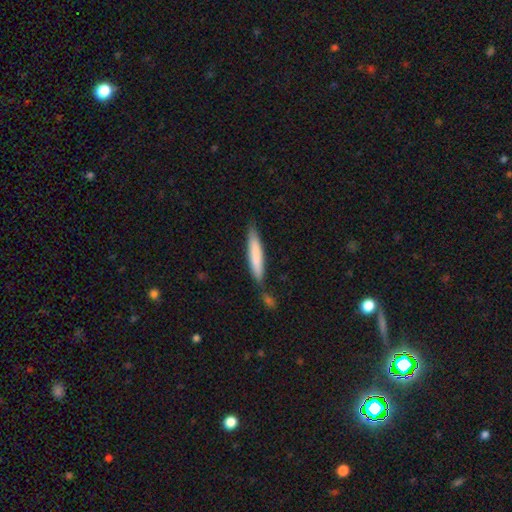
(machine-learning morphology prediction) Smooth or featured: smooth — 77% (featured or disk — 18%)
How rounded: cigar-shaped — 91% (in between — 8%)
Merging: none — 70% (minor disturbance — 16%)